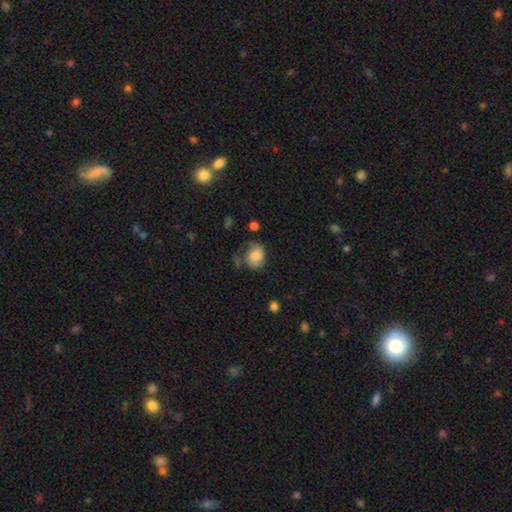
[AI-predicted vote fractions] Q: Smooth or featured?
A: smooth (72%); runner-up: featured or disk (19%)
Q: How rounded?
A: round (52%); runner-up: in between (47%)
Q: Merging?
A: none (48%); runner-up: minor disturbance (31%)